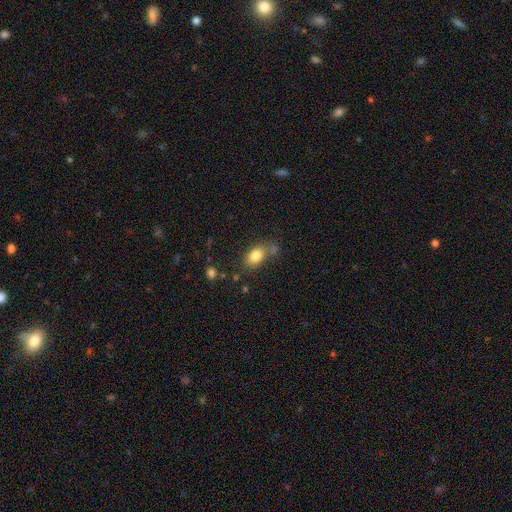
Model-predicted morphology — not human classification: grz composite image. It shows a smooth galaxy with no disk features (82%) that is in between round and cigar-shaped (85%). Merging: none (60%).